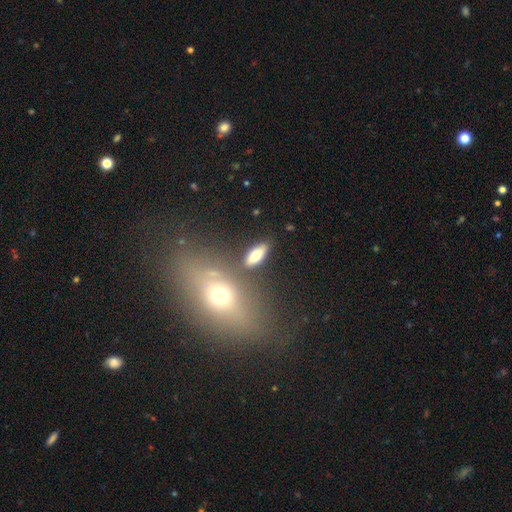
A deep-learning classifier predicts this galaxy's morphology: smooth_or_featured: smooth (p=0.72) [alt: featured or disk p=0.19]
how_rounded: in between (p=0.78) [alt: cigar-shaped p=0.17]
merging: none (p=0.78) [alt: minor disturbance p=0.11]